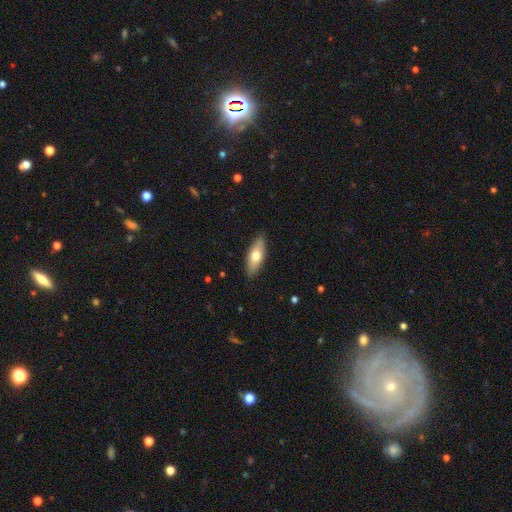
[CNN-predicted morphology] type=smooth (68%); roundness=in between (70%); merging=none (88%).